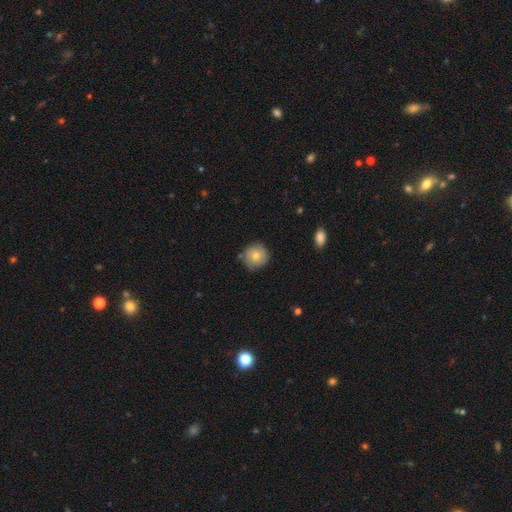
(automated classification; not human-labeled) Smooth or featured: smooth — 74% (featured or disk — 17%)
How rounded: round — 93% (in between — 6%)
Merging: none — 79% (minor disturbance — 15%)